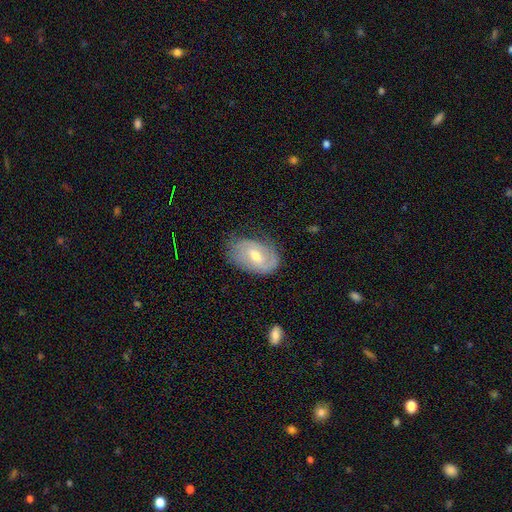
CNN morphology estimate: This is possibly a featured or disk galaxy (54%). It is clearly not viewed edge-on (94%). Bar: possibly weak (51%). Spiral arm pattern: likely yes (68%). Central bulge: likely moderate (66%). Merging: likely none (61%).